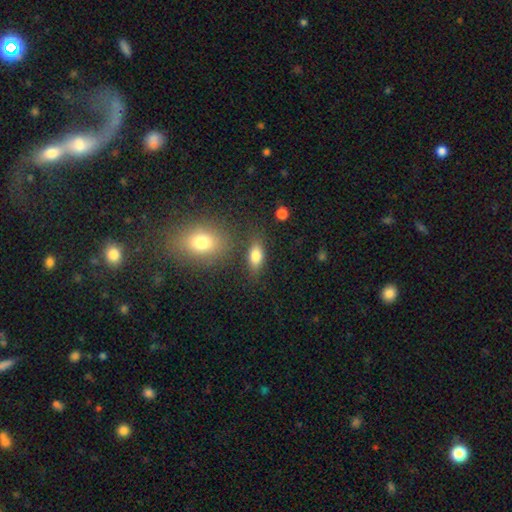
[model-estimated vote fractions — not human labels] Smooth or featured?
  - smooth: 82% *
  - featured or disk: 9%
  - star or artifact: 9%
How rounded?
  - in between: 84% *
  - cigar-shaped: 9%
  - round: 8%
Merging?
  - none: 75% *
  - minor disturbance: 13%
  - merger: 7%
  - major disturbance: 5%